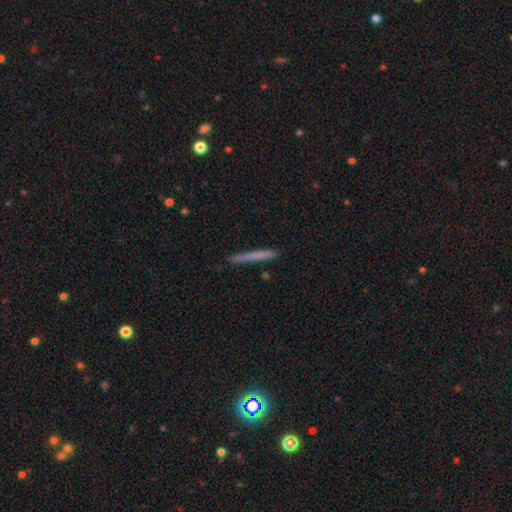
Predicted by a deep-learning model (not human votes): smooth 65%, featured or disk 29%, star or artifact 6%. Down the decision tree: how rounded — cigar-shaped (97%); merging — none (88%).